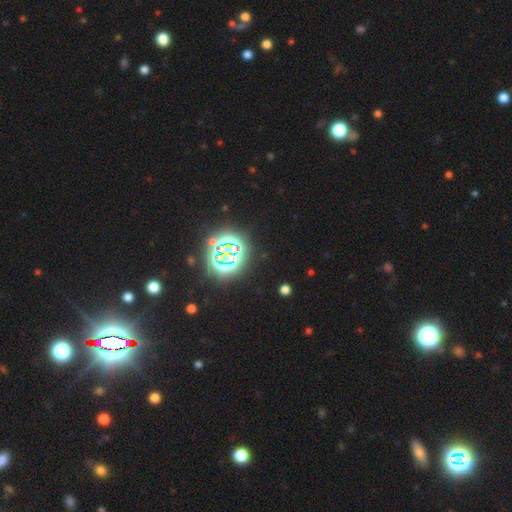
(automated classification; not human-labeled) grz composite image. It shows a star or artifact, not a galaxy (82%).